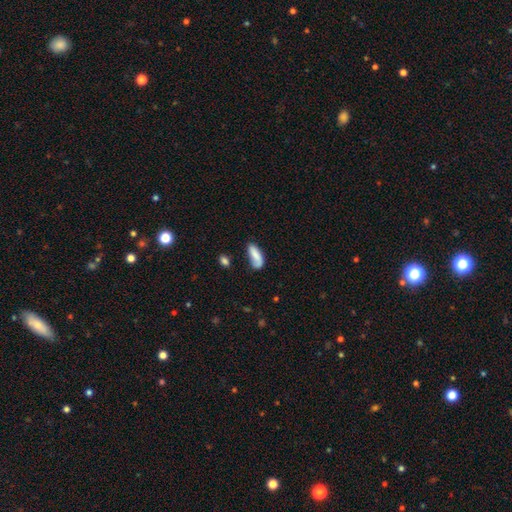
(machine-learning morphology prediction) This is likely a smooth galaxy (77%). How rounded: likely in between (74%). Merging: possibly none (50%).